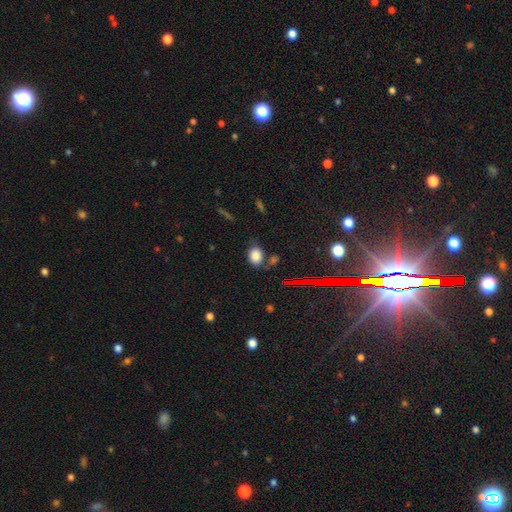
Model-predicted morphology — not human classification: smooth-or-featured: smooth: 81% | star or artifact: 12% | featured or disk: 7%
  how-rounded: in between: 69% | round: 29% | cigar-shaped: 1%
  merging: none: 70% | minor disturbance: 17% | merger: 8% | major disturbance: 5%